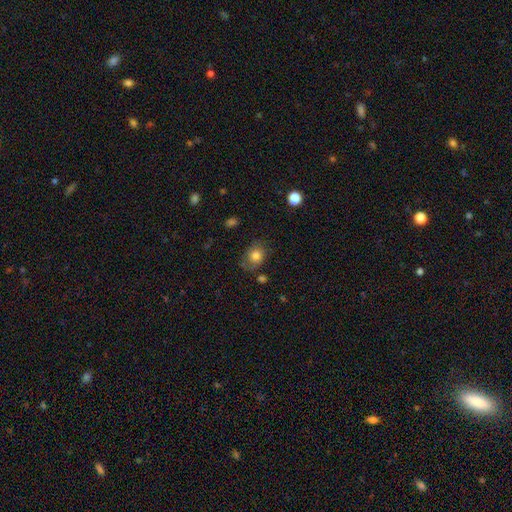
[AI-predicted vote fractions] Q: Smooth or featured?
A: smooth (76%); runner-up: featured or disk (14%)
Q: How rounded?
A: round (58%); runner-up: in between (41%)
Q: Merging?
A: none (67%); runner-up: minor disturbance (22%)